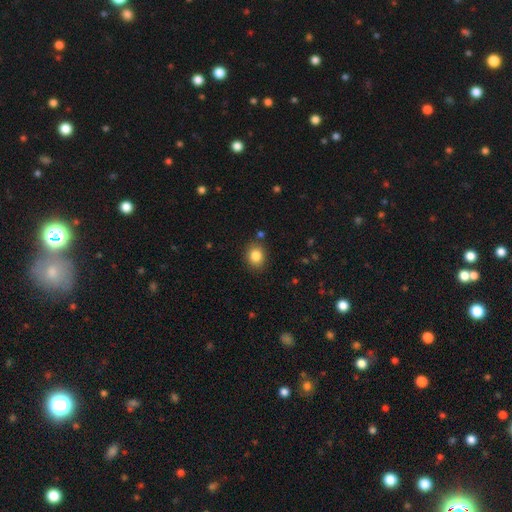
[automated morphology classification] This is clearly a smooth galaxy (84%). How rounded: likely round (63%). Merging: clearly none (86%).